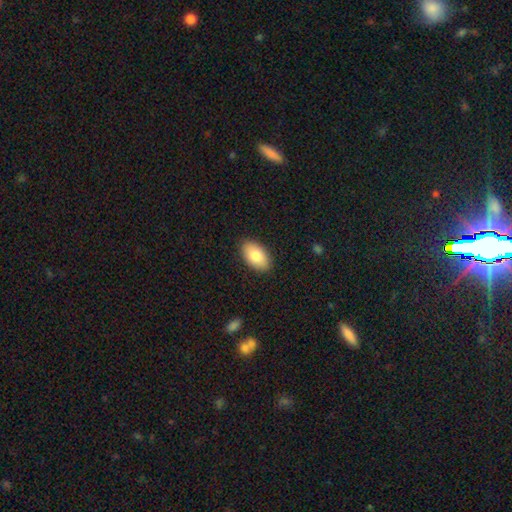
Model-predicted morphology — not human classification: A smooth galaxy with no disk features (82%) that is in between round and cigar-shaped (94%). Merging: none (89%).